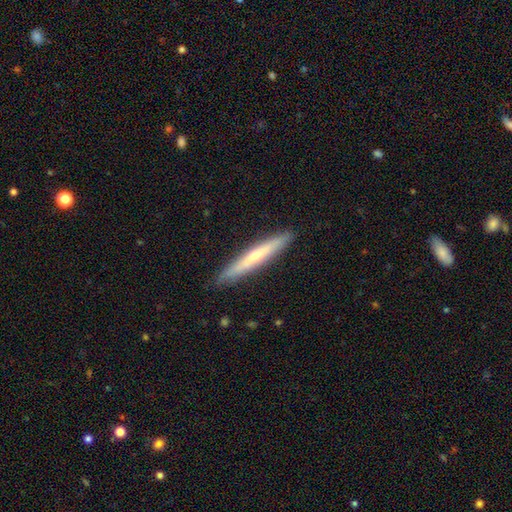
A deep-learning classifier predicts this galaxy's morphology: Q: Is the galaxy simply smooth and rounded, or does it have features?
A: featured or disk — 49%.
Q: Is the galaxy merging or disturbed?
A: none — 90%.